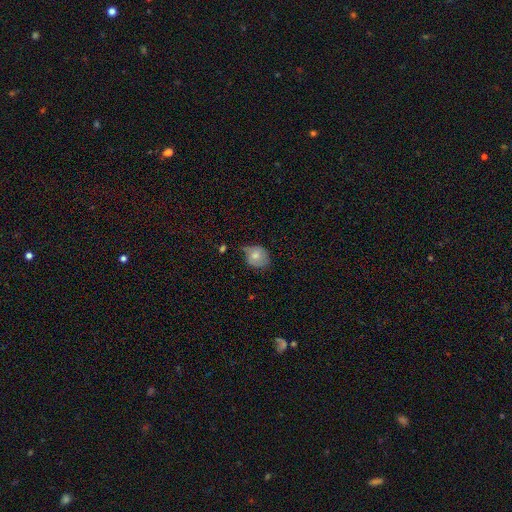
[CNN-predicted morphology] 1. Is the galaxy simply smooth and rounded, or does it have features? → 67% smooth, 25% featured or disk, 8% star or artifact.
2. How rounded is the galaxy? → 61% round, 38% in between, 1% cigar-shaped.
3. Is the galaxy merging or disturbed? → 40% minor disturbance, 39% none, 17% major disturbance, 4% merger.